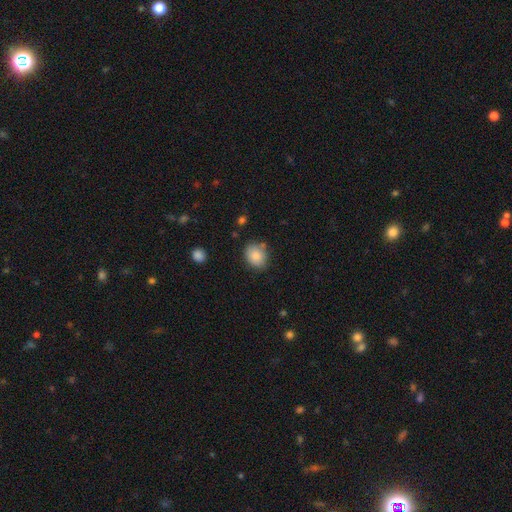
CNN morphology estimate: Q: Smooth or featured?
A: smooth (85%); runner-up: star or artifact (8%)
Q: How rounded?
A: round (53%); runner-up: in between (46%)
Q: Merging?
A: none (75%); runner-up: minor disturbance (17%)